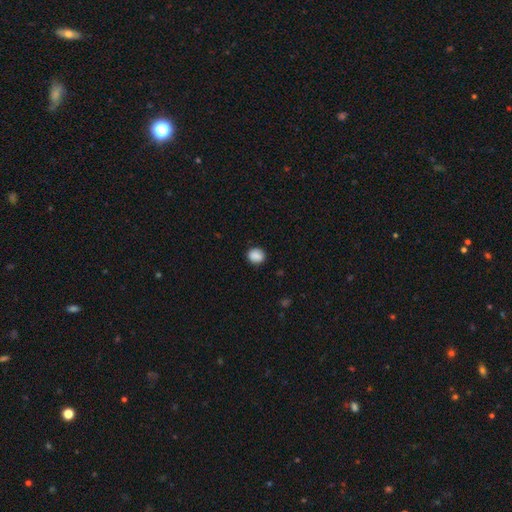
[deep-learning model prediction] Smooth or featured? smooth (87%)
How rounded? round (72%)
Merging? none (85%)